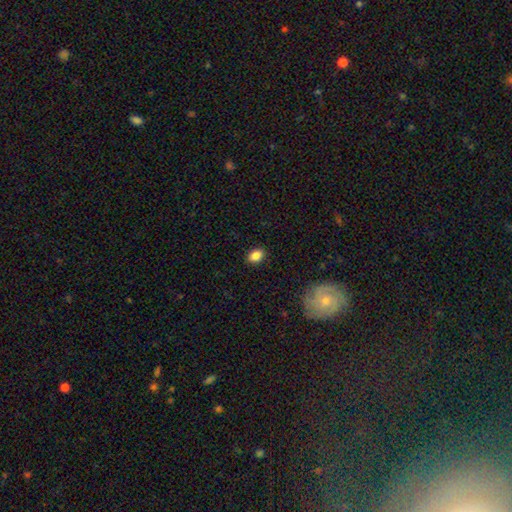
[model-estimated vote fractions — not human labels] Morphology: type=smooth (86%); roundness=in between (78%); merging=none (89%).